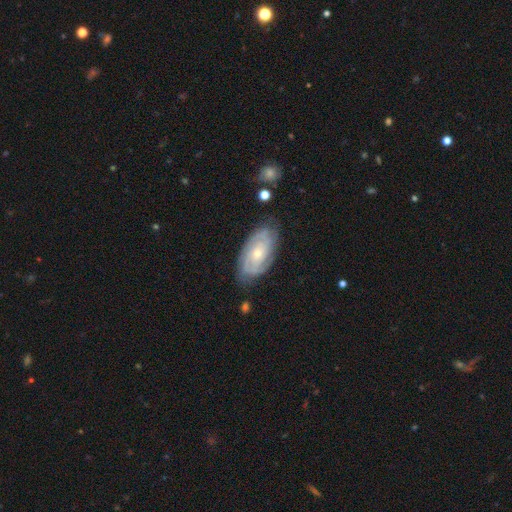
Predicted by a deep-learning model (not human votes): A featured or disk galaxy (72%) with no bar (70%), tight (69%) spiral arms (90%) and a small central bulge (49%).

Vote fractions:
- Smooth or featured? featured or disk: 72% / smooth: 20% / star or artifact: 8%
- Edge-on disk? no: 92% / yes: 8%
- Bar? no: 70% / weak: 25% / strong: 5%
- Spiral arms? yes: 90% / no: 10%
- Spiral winding? tight: 69% / medium: 24% / loose: 6%
- Spiral arm count? can't tell: 40% / 2: 32% / 3: 15% / 4: 6% / 1: 4% / more than 4: 4%
- Bulge size? small: 49% / moderate: 47% / large: 2% / none: 2% / dominant: 1%
- Merging? none: 79% / minor disturbance: 15% / major disturbance: 3% / merger: 2%